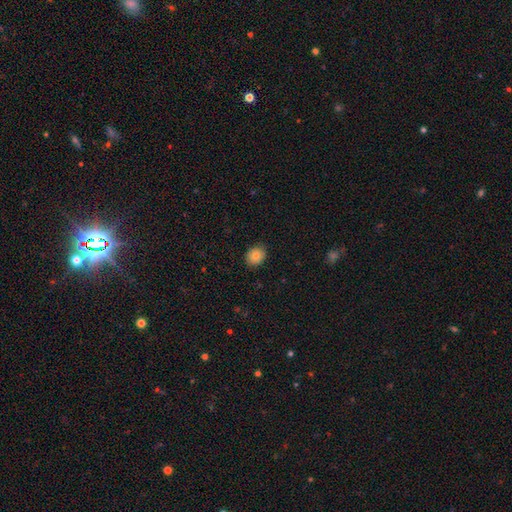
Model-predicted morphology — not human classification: A smooth galaxy with no disk features (79%) that is round (62%). Merging: none (86%).